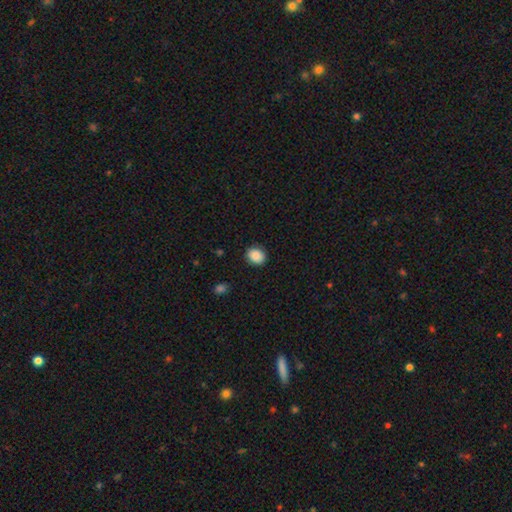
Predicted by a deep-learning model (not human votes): smooth_or_featured: smooth (p=0.88) [alt: star or artifact p=0.08]
how_rounded: round (p=0.58) [alt: in between p=0.41]
merging: none (p=0.87) [alt: minor disturbance p=0.09]